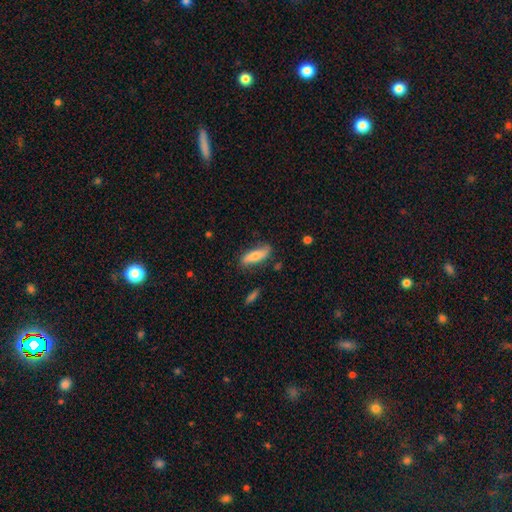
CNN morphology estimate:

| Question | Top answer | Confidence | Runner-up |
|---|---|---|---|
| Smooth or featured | smooth | 65% | featured or disk (29%) |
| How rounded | cigar-shaped | 51% | in between (47%) |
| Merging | none | 73% | minor disturbance (20%) |